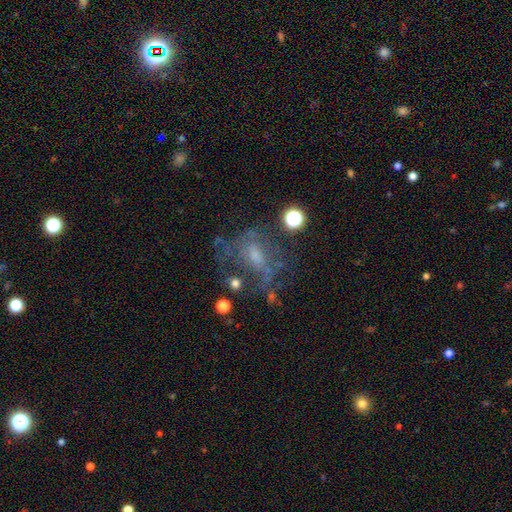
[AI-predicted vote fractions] Smooth or featured? featured or disk (57%)
Edge-on disk? no (95%)
Bar? no (60%)
Spiral arms? no (54%)
Bulge size? small (42%)
Merging? none (47%)